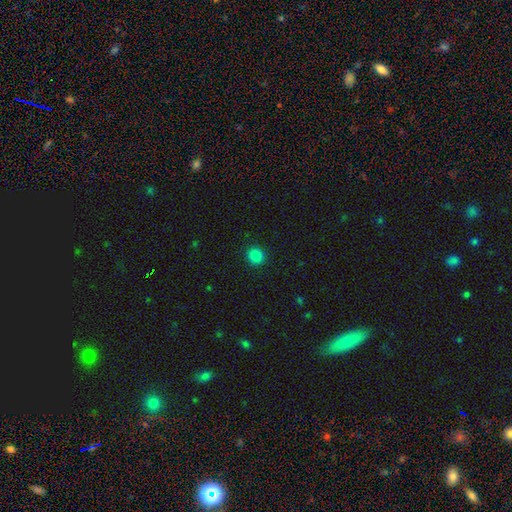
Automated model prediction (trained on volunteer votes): smooth_or_featured: smooth (p=0.85) [alt: star or artifact p=0.12]
how_rounded: round (p=0.91) [alt: in between p=0.08]
merging: none (p=0.92) [alt: minor disturbance p=0.05]